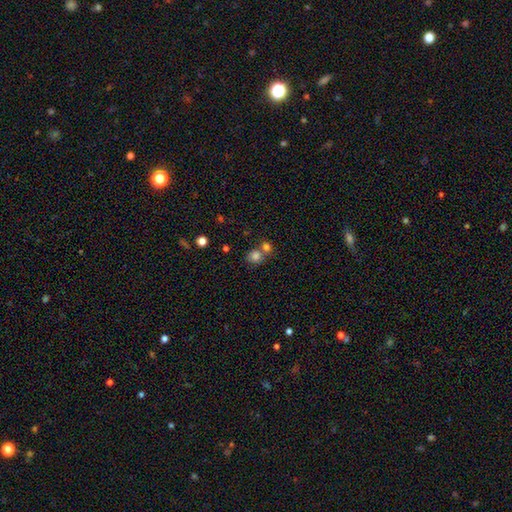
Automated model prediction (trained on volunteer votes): Smooth or featured: smooth — 79% (star or artifact — 12%)
How rounded: round — 78% (in between — 21%)
Merging: none — 48% (merger — 40%)